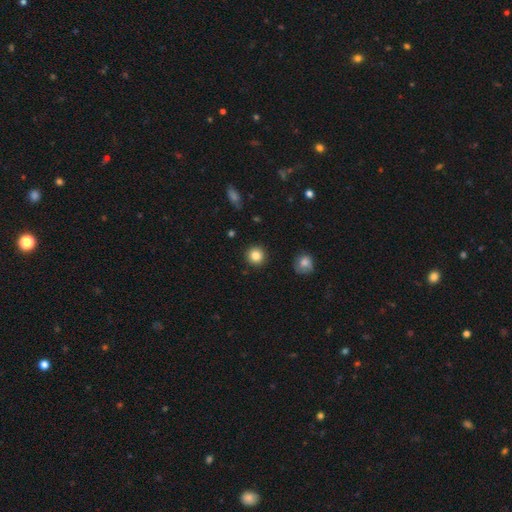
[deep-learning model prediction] Smooth or featured?
  - smooth: 85% *
  - star or artifact: 10%
  - featured or disk: 5%
How rounded?
  - round: 94% *
  - in between: 5%
  - cigar-shaped: 1%
Merging?
  - none: 92% *
  - minor disturbance: 5%
  - major disturbance: 2%
  - merger: 1%